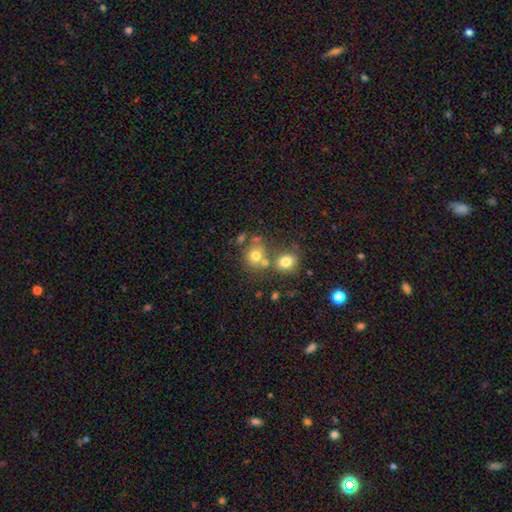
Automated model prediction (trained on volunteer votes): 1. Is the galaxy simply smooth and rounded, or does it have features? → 72% smooth, 14% star or artifact, 14% featured or disk.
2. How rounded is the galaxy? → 75% round, 24% in between, 1% cigar-shaped.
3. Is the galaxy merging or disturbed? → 52% none, 32% merger, 11% minor disturbance, 5% major disturbance.